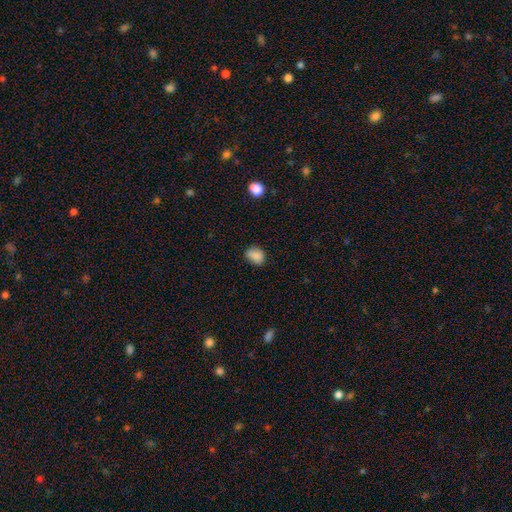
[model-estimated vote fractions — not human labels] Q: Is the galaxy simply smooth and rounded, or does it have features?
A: smooth — 86%.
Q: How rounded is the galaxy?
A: in between — 52%.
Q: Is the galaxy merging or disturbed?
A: none — 72%.